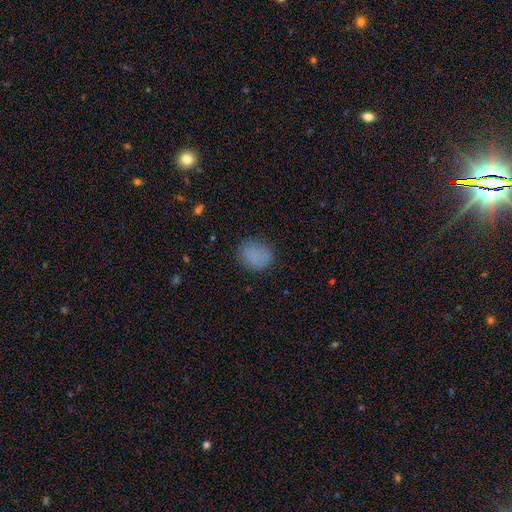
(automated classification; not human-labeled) Morphology: type=smooth (84%); roundness=round (61%); merging=none (82%).